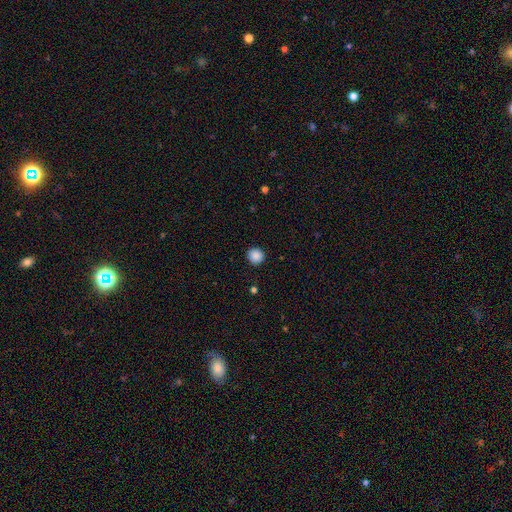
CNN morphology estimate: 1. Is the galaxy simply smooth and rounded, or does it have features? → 88% smooth, 9% star or artifact, 3% featured or disk.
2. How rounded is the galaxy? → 93% round, 6% in between, 1% cigar-shaped.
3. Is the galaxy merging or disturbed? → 92% none, 5% minor disturbance, 2% major disturbance, 1% merger.